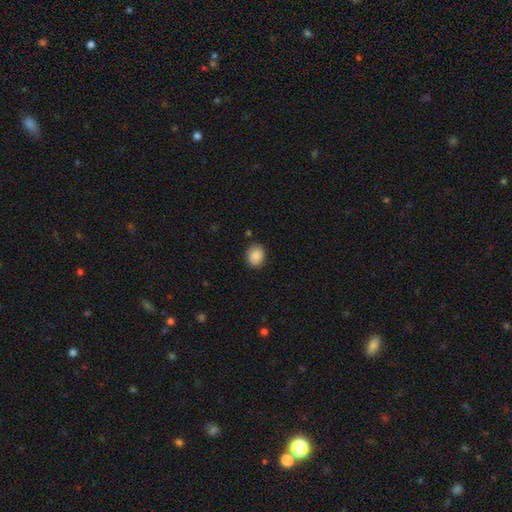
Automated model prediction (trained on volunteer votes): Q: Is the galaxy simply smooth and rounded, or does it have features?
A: smooth — 88%.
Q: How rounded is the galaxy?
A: round — 59%.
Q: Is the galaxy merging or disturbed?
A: none — 84%.